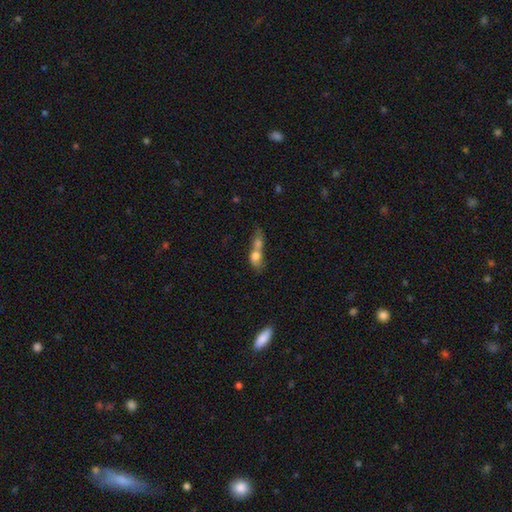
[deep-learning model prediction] Smooth or featured? Predicted: smooth (p=0.66). How rounded? Predicted: in between (p=0.53). Merging? Predicted: merger (p=0.72).